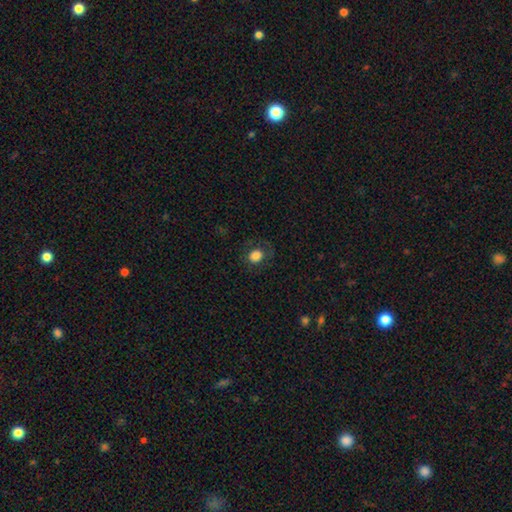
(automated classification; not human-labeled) Smooth or featured? Predicted: smooth (p=0.81). How rounded? Predicted: round (p=0.70). Merging? Predicted: none (p=0.75).